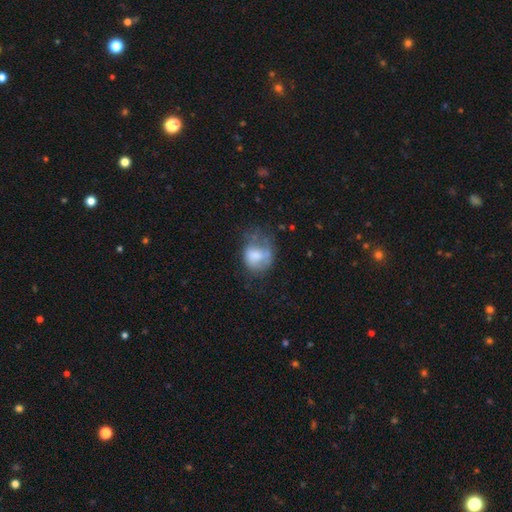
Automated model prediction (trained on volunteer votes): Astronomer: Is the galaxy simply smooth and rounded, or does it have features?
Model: smooth — 62%.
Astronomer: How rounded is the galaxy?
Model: round — 55% (runner-up: in between, 44%).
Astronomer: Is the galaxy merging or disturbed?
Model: none — 33% (runner-up: major disturbance, 32%).